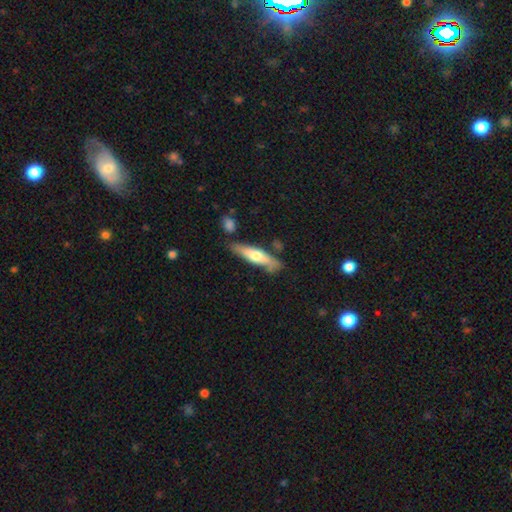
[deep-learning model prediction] smooth_or_featured: smooth (p=0.54) [alt: featured or disk p=0.41]
how_rounded: cigar-shaped (p=0.73) [alt: in between p=0.25]
merging: none (p=0.70) [alt: minor disturbance p=0.18]